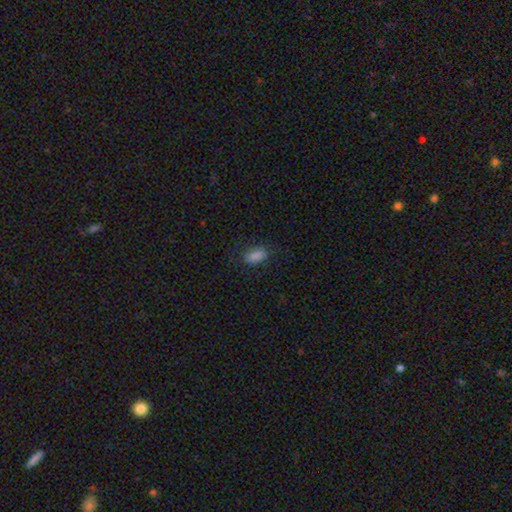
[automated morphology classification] Smooth or featured?
  - smooth: 85% *
  - star or artifact: 10%
  - featured or disk: 5%
How rounded?
  - in between: 88% *
  - cigar-shaped: 7%
  - round: 6%
Merging?
  - none: 81% *
  - minor disturbance: 14%
  - major disturbance: 4%
  - merger: 1%